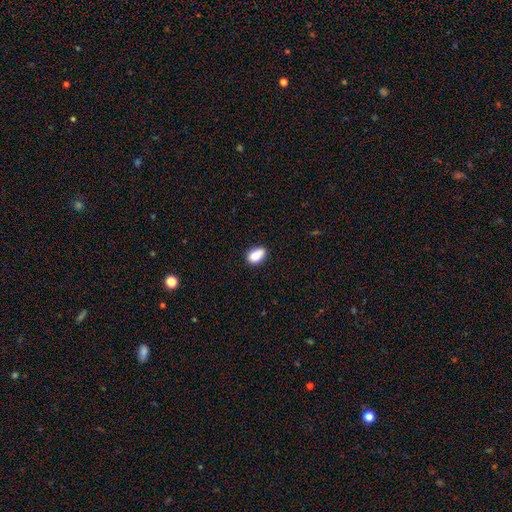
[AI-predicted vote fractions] A smooth galaxy with no disk features (81%) that is in between round and cigar-shaped (81%).

Vote fractions:
- Smooth or featured? smooth: 81% / featured or disk: 10% / star or artifact: 9%
- How rounded? in between: 81% / round: 17% / cigar-shaped: 2%
- Merging? none: 57% / minor disturbance: 24% / merger: 13% / major disturbance: 6%